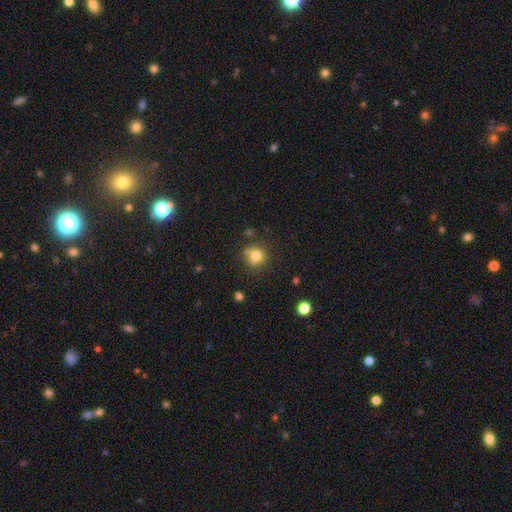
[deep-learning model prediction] Smooth or featured? smooth (79%)
How rounded? round (83%)
Merging? none (67%)